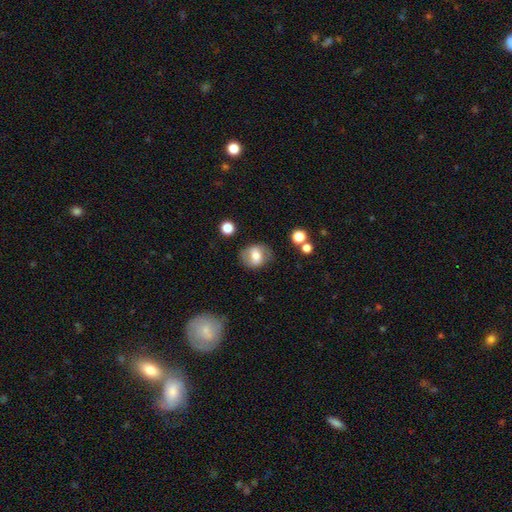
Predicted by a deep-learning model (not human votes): Smooth or featured? smooth (64%)
How rounded? in between (50%)
Merging? none (72%)